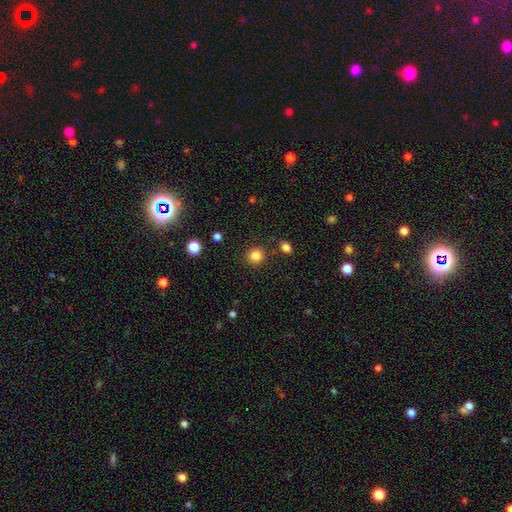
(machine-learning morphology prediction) Smooth or featured? smooth (85%)
How rounded? round (91%)
Merging? none (87%)